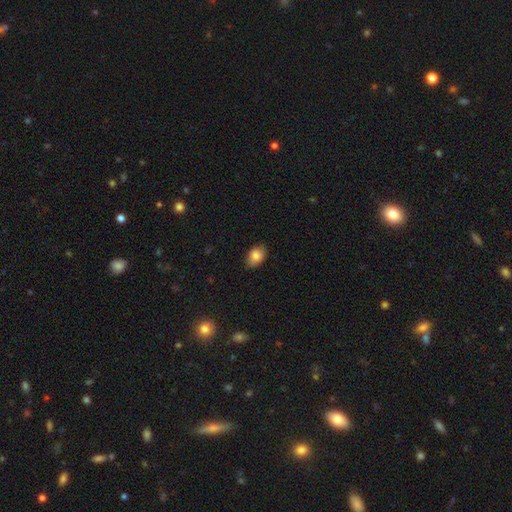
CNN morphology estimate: Smooth or featured? Predicted: smooth (p=0.85). How rounded? Predicted: in between (p=0.82). Merging? Predicted: none (p=0.81).